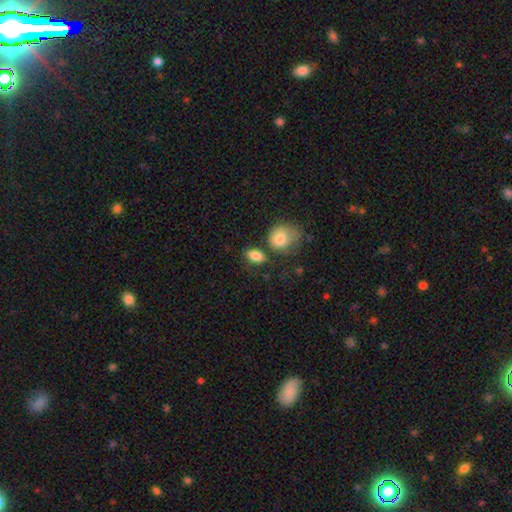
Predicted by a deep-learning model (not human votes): Smooth or featured? smooth (85%)
How rounded? in between (83%)
Merging? none (64%)